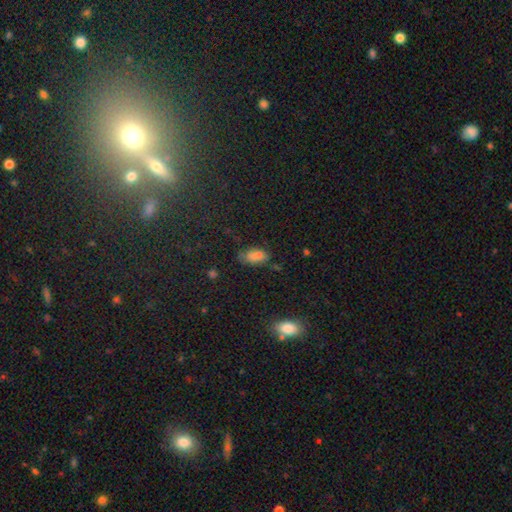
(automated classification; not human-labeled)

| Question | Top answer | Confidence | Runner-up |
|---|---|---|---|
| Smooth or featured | smooth | 77% | star or artifact (14%) |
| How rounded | in between | 91% | cigar-shaped (4%) |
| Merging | none | 63% | minor disturbance (25%) |